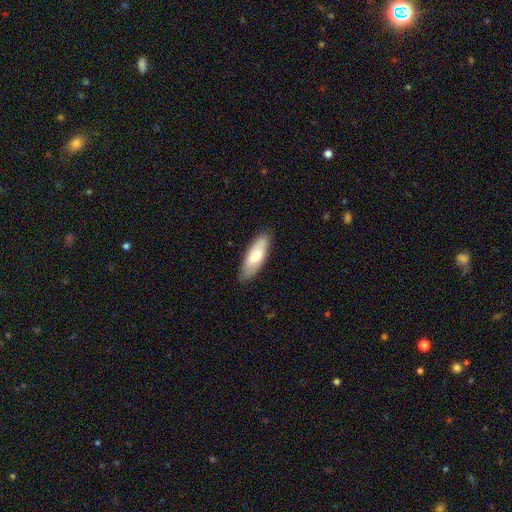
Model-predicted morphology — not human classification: This appears to be a smooth galaxy with no disk features (70%) that is in between round and cigar-shaped (64%). Merging: none (84%).